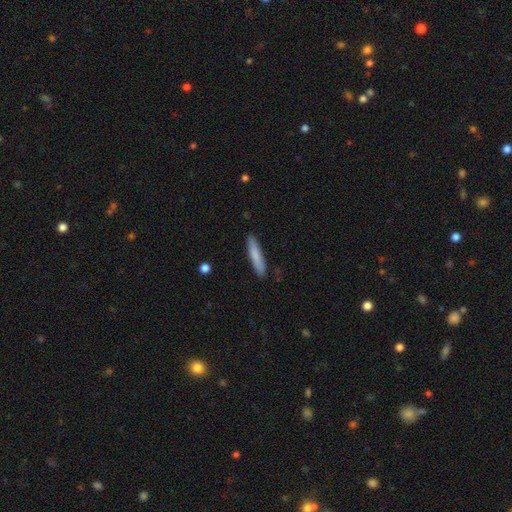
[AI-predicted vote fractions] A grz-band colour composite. It shows a smooth galaxy with no disk features (79%) that is cigar-shaped (89%). Merging: none (88%).